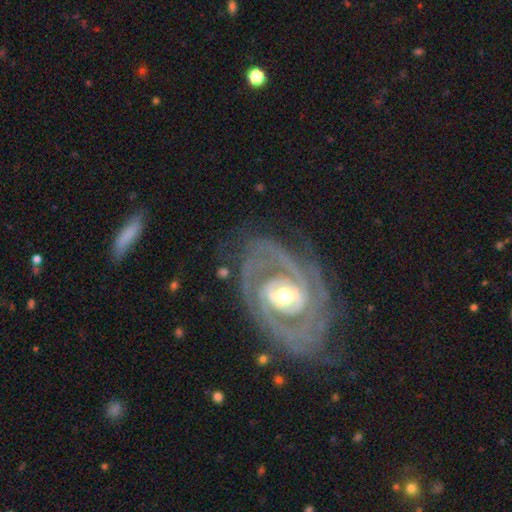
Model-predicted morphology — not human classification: This appears to be a featured or disk galaxy (90%) with no bar (46%), 2 (56%) tight (66%) spiral arms (95%) and a moderate central bulge (68%). Merging: none (71%).